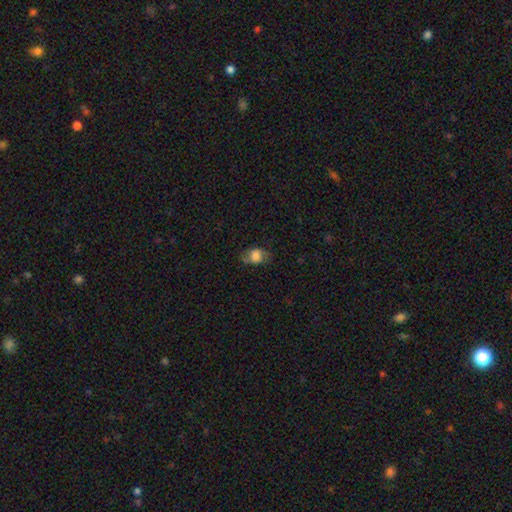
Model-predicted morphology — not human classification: Smooth or featured? Predicted: smooth (p=0.75). How rounded? Predicted: in between (p=0.68). Merging? Predicted: none (p=0.61).